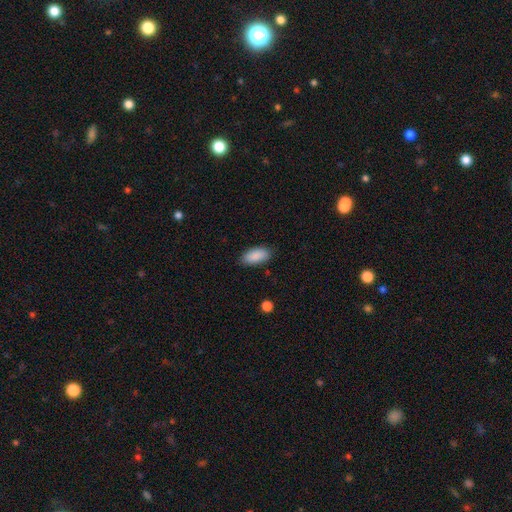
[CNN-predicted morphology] A smooth galaxy with no disk features (89%) that is in between round and cigar-shaped (91%).

Vote fractions:
- Smooth or featured? smooth: 89% / star or artifact: 6% / featured or disk: 4%
- How rounded? in between: 91% / cigar-shaped: 7% / round: 2%
- Merging? none: 85% / minor disturbance: 11% / major disturbance: 2% / merger: 1%